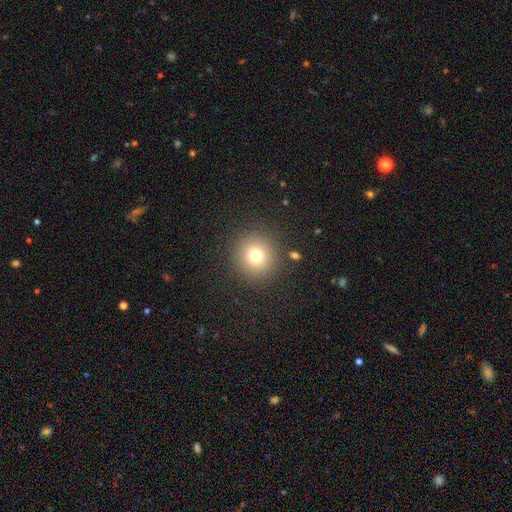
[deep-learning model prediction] A smooth galaxy with no disk features (75%) that is round (94%). Merging: none (88%).